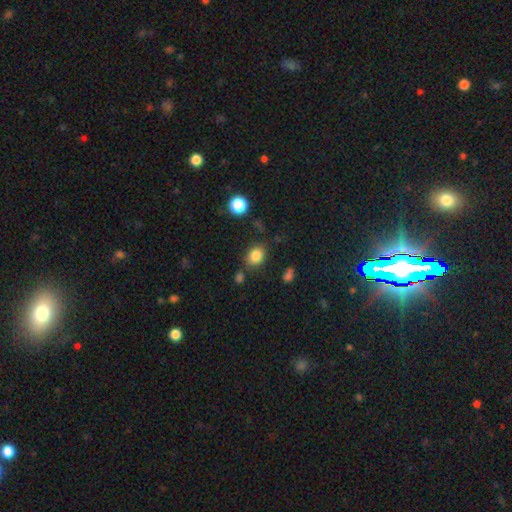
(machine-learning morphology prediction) Overall: smooth (84%). How rounded: in between (50%; round 49%). Merging: none (77%).